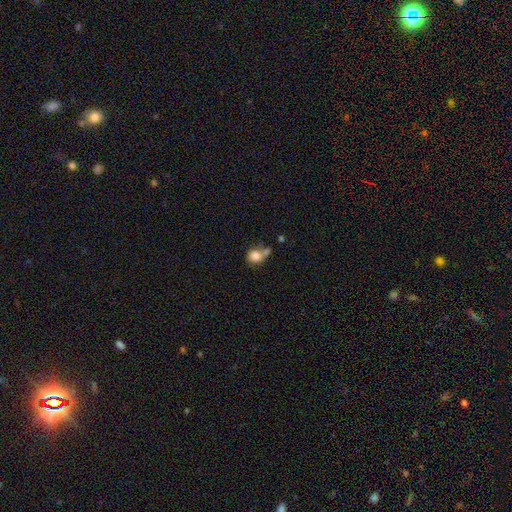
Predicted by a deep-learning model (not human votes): smooth-or-featured: smooth: 76% | featured or disk: 14% | star or artifact: 10%
  how-rounded: round: 64% | in between: 35% | cigar-shaped: 1%
  merging: merger: 41% | none: 32% | minor disturbance: 16% | major disturbance: 11%